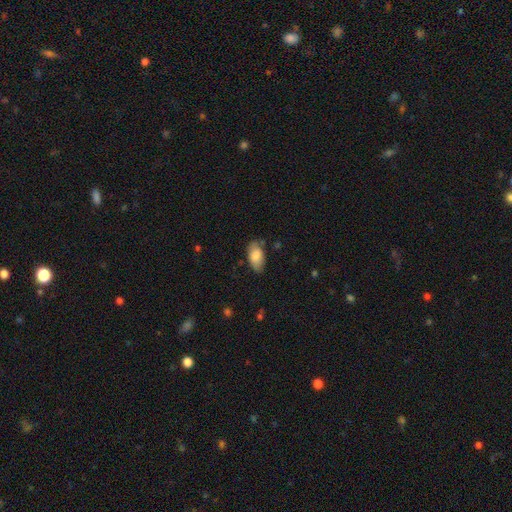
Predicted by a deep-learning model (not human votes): A smooth galaxy with no disk features (82%) that is in between round and cigar-shaped (93%).

Vote fractions:
- Smooth or featured? smooth: 82% / featured or disk: 11% / star or artifact: 7%
- How rounded? in between: 93% / cigar-shaped: 4% / round: 3%
- Merging? none: 67% / minor disturbance: 25% / major disturbance: 5% / merger: 2%